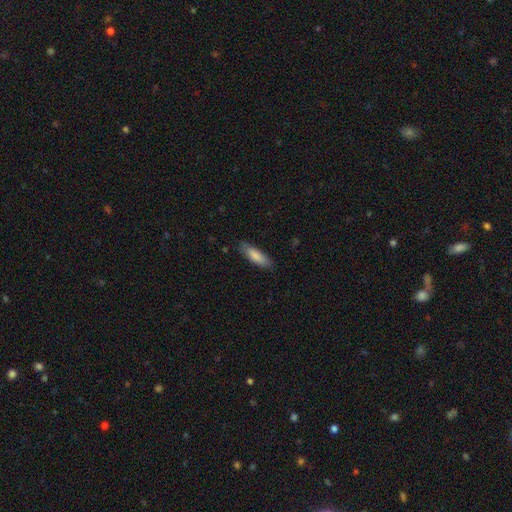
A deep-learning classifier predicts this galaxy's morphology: A smooth galaxy with no disk features (84%) that is in between round and cigar-shaped (50%). Merging: none (79%).